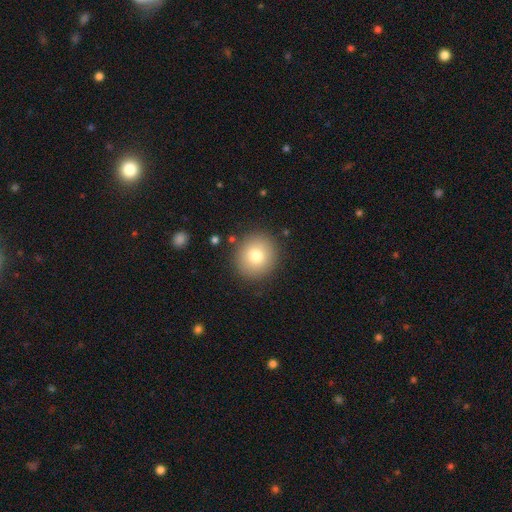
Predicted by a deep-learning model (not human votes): A smooth galaxy with no disk features (77%) that is round (90%).

Vote fractions:
- Smooth or featured? smooth: 77% / featured or disk: 12% / star or artifact: 10%
- How rounded? round: 90% / in between: 10% / cigar-shaped: 1%
- Merging? none: 89% / minor disturbance: 7% / major disturbance: 3% / merger: 2%